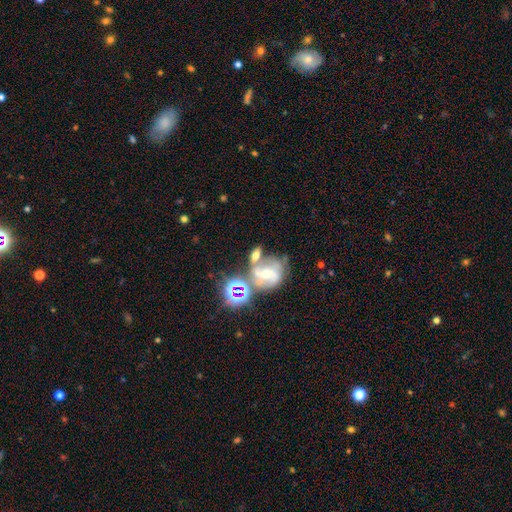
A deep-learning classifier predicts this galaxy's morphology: smooth_or_featured: featured or disk (p=0.51) [alt: smooth p=0.30]
disk_edge_on: no (p=0.94) [alt: yes p=0.06]
merging: none (p=0.39) [alt: merger p=0.37]